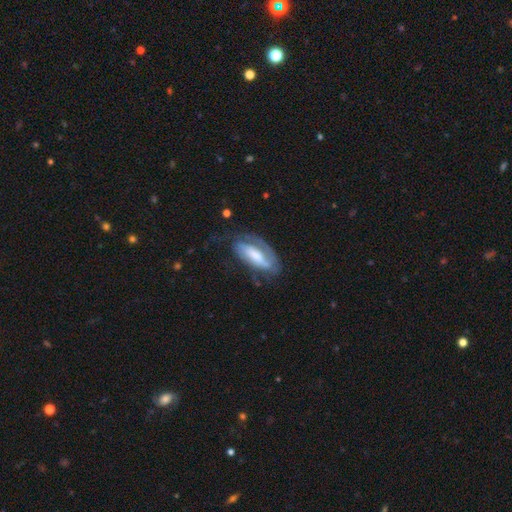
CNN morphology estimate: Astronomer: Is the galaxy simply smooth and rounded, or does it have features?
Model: featured or disk — 67%.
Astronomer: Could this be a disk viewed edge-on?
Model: no — 89%.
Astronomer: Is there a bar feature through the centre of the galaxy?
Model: strong — 34% (runner-up: no, 33%).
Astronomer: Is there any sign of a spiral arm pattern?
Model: yes — 86%.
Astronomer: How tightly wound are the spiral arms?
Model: tight — 42% (runner-up: medium, 39%).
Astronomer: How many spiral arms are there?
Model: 2 — 52% (runner-up: 1, 28%).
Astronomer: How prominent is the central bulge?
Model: moderate — 34% (runner-up: large, 28%).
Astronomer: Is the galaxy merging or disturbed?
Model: none — 52%.